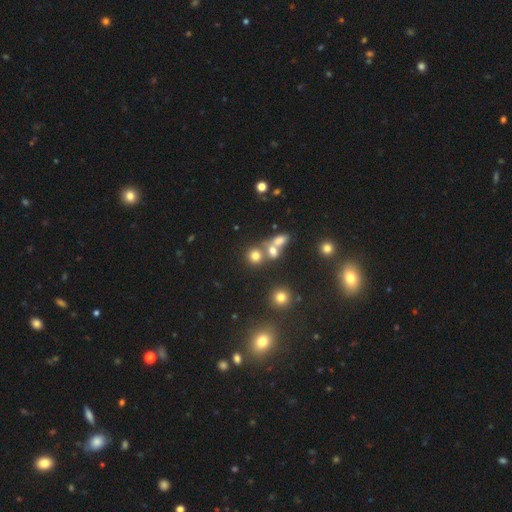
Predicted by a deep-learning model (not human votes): The model was most divided on "merging": none: 53%, merger: 35%, minor disturbance: 8%, major disturbance: 5%. More confident: how rounded — round (82%); smooth or featured — smooth (70%).